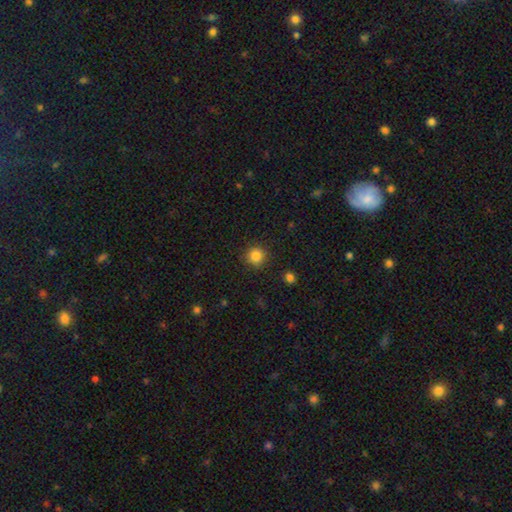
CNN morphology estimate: A smooth galaxy with no disk features (84%) that is round (93%). Merging: none (89%).